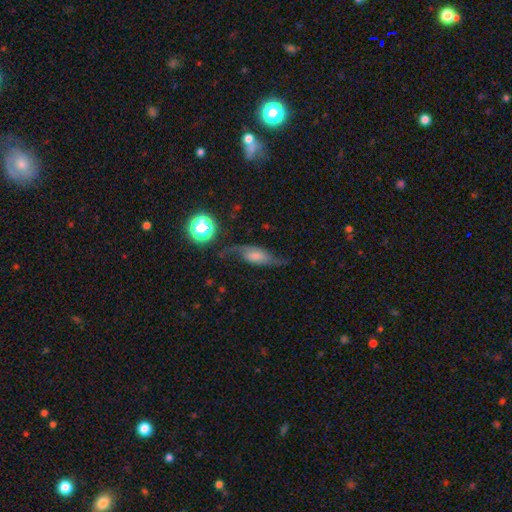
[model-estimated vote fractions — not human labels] Smooth or featured? Predicted: featured or disk (p=0.56). Edge-on disk? Predicted: no (p=0.81). Merging? Predicted: none (p=0.54).